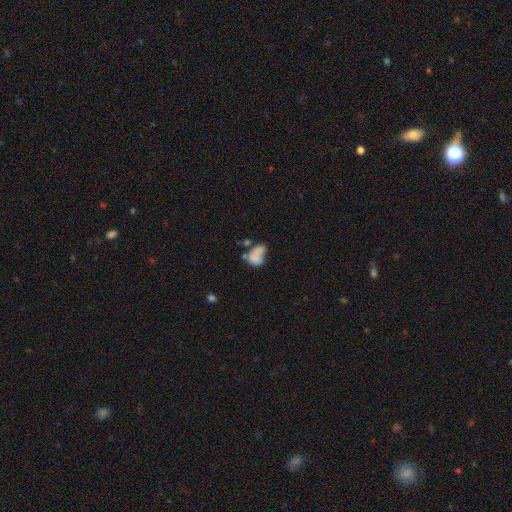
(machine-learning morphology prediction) Q: Smooth or featured?
A: smooth (67%); runner-up: featured or disk (22%)
Q: How rounded?
A: in between (78%); runner-up: round (21%)
Q: Merging?
A: merger (31%); runner-up: major disturbance (25%)